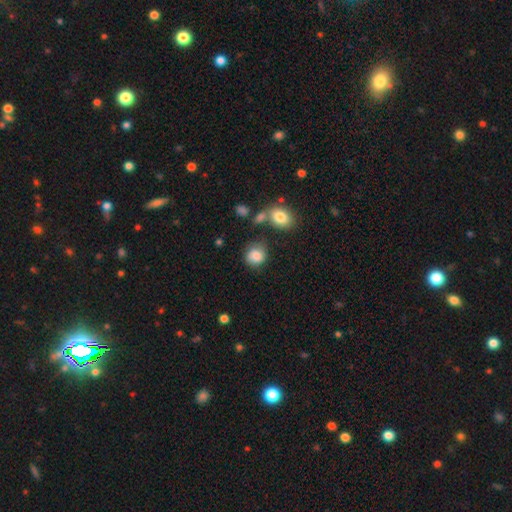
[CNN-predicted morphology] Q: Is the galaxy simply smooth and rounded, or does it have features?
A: smooth — 82%.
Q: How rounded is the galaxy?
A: round — 73%.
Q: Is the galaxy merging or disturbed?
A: none — 63%.